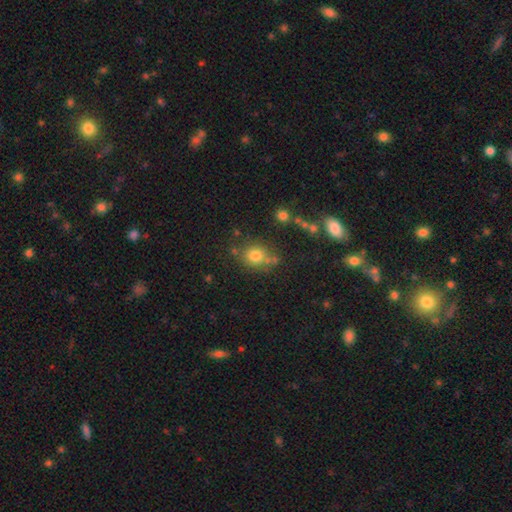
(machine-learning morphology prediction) Smooth or featured: smooth — 75% (star or artifact — 15%)
How rounded: round — 72% (in between — 27%)
Merging: none — 68% (minor disturbance — 14%)